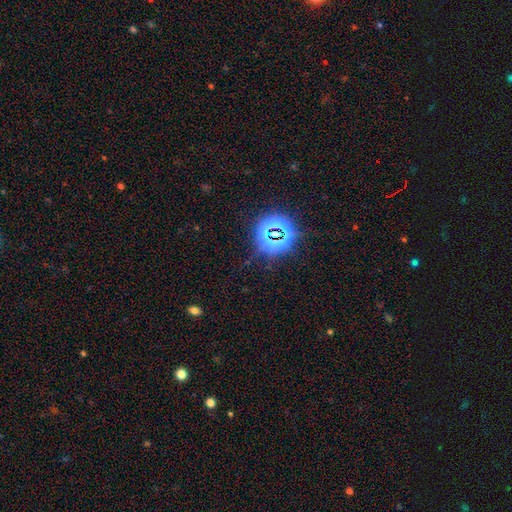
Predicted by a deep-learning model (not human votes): This is clearly a star or artifact rather than a galaxy (82%).